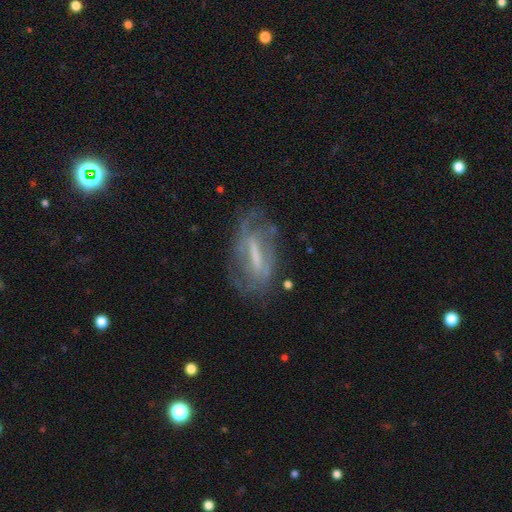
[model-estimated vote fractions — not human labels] Smooth or featured? Predicted: featured or disk (p=0.72). Edge-on disk? Predicted: no (p=0.84). Bar? Predicted: strong (p=0.57). Spiral arms? Predicted: yes (p=0.69). Bulge size? Predicted: none (p=0.34). Merging? Predicted: none (p=0.62).